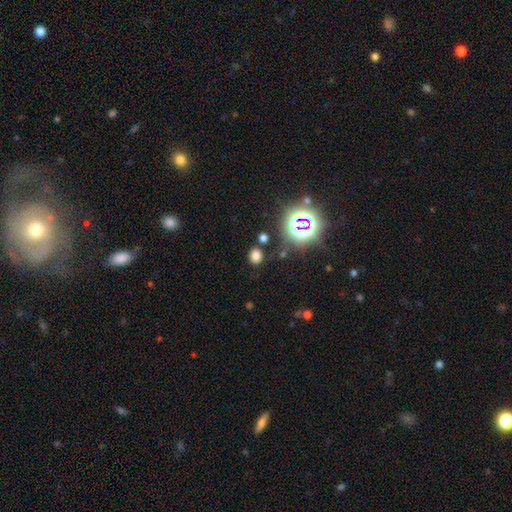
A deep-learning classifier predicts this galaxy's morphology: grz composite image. It shows a smooth galaxy with no disk features (68%) that is round (57%). Merging: none (82%).